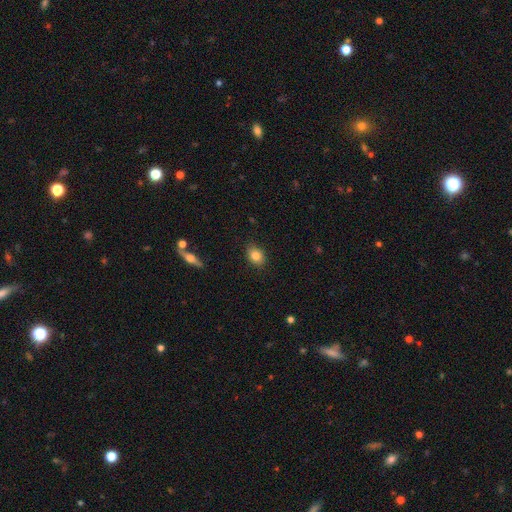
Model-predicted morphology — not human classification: smooth_or_featured: smooth (p=0.82) [alt: featured or disk p=0.09]
how_rounded: in between (p=0.65) [alt: round p=0.33]
merging: none (p=0.86) [alt: minor disturbance p=0.11]